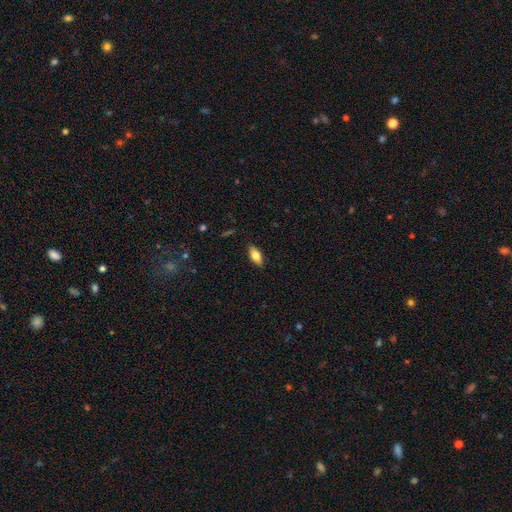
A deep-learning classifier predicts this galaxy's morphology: Q: Smooth or featured?
A: smooth (78%); runner-up: featured or disk (15%)
Q: How rounded?
A: in between (87%); runner-up: cigar-shaped (10%)
Q: Merging?
A: none (87%); runner-up: minor disturbance (10%)